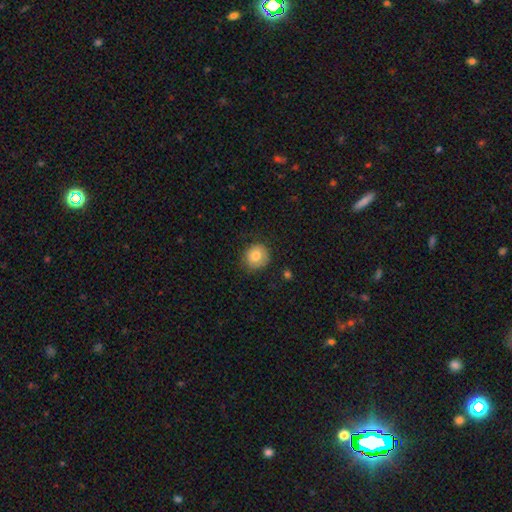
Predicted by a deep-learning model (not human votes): smooth 80%, featured or disk 11%, star or artifact 8%. Down the decision tree: how rounded — round (86%); merging — none (79%).